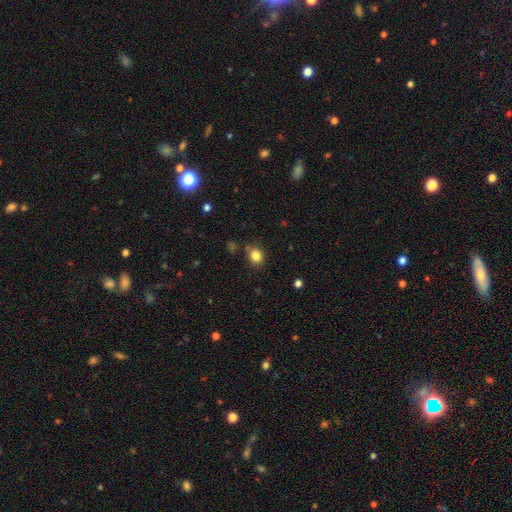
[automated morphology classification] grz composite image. It shows a smooth galaxy with no disk features (83%) that is round (64%). Merging: none (79%).